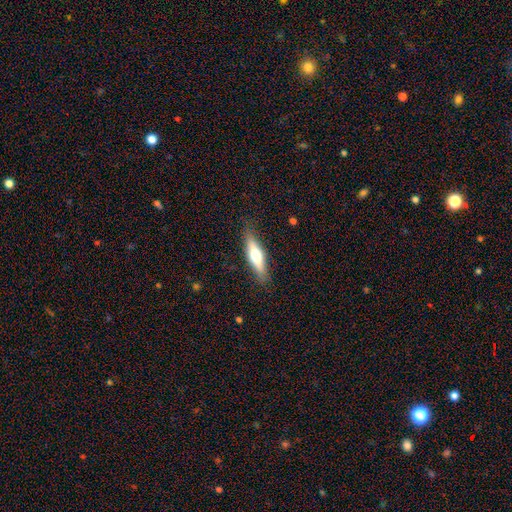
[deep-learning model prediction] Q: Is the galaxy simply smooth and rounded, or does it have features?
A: smooth — 50%.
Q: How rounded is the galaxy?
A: cigar-shaped — 66%.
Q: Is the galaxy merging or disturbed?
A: none — 85%.